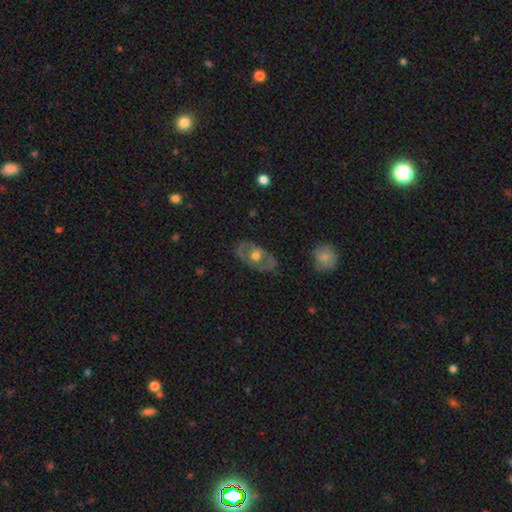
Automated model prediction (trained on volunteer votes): Smooth or featured?
  - featured or disk: 61% *
  - smooth: 32%
  - star or artifact: 6%
Edge-on disk?
  - no: 89% *
  - yes: 11%
Bar?
  - no: 84% *
  - weak: 13%
  - strong: 4%
Spiral arms?
  - no: 76% *
  - yes: 24%
Bulge size?
  - moderate: 71% *
  - large: 18%
  - small: 9%
  - dominant: 1%
  - none: 1%
Merging?
  - none: 75% *
  - minor disturbance: 17%
  - major disturbance: 7%
  - merger: 2%